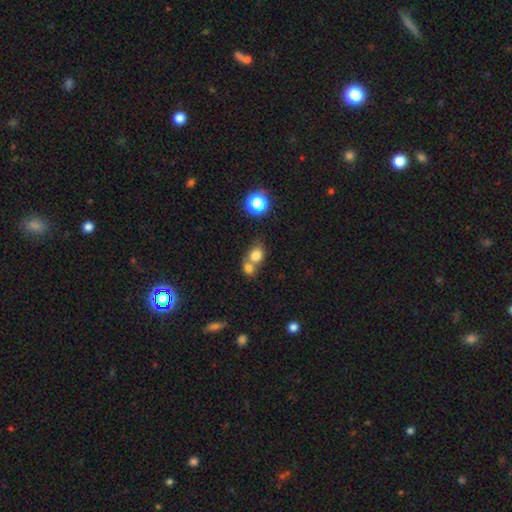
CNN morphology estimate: smooth-or-featured: smooth: 77% | star or artifact: 13% | featured or disk: 10%
  how-rounded: round: 59% | in between: 39% | cigar-shaped: 1%
  merging: merger: 55% | none: 35% | minor disturbance: 7% | major disturbance: 3%